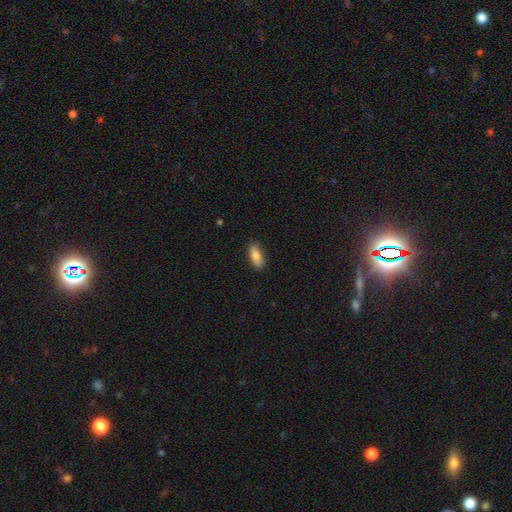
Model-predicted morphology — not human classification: Q: Smooth or featured?
A: smooth (83%); runner-up: featured or disk (10%)
Q: How rounded?
A: in between (76%); runner-up: cigar-shaped (22%)
Q: Merging?
A: none (85%); runner-up: minor disturbance (12%)